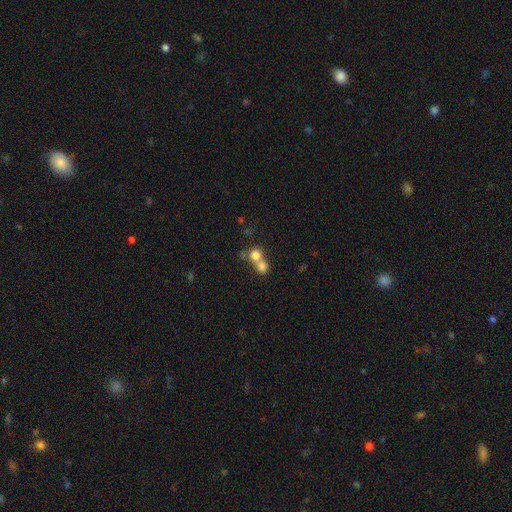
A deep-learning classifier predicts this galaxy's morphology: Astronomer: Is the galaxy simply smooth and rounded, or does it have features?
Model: smooth — 76%.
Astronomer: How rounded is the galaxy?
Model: round — 83%.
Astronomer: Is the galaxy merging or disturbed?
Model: merger — 62%.